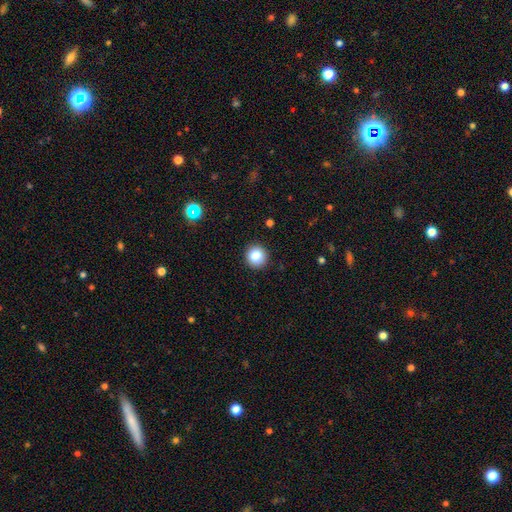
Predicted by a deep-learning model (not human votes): A smooth galaxy with no disk features (84%) that is round (94%). Merging: none (92%).